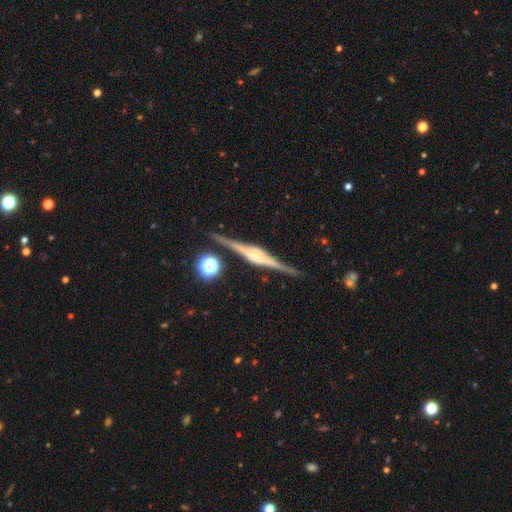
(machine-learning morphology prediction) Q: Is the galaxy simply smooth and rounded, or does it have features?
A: featured or disk — 86%.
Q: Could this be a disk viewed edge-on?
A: yes — 98%.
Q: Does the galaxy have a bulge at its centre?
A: rounded — 62%.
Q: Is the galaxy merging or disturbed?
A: none — 89%.